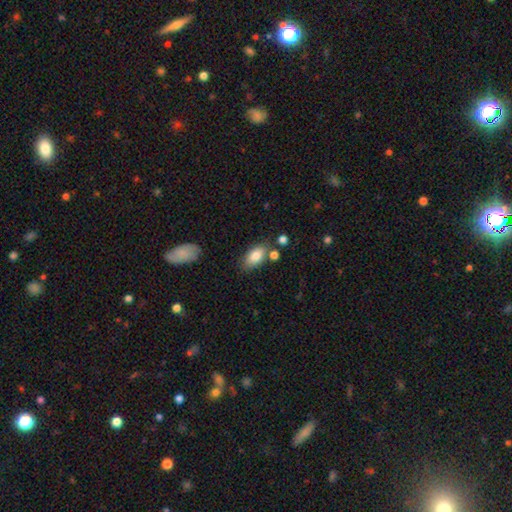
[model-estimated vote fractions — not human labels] Smooth or featured? Predicted: smooth (p=0.83). How rounded? Predicted: in between (p=0.91). Merging? Predicted: none (p=0.71).